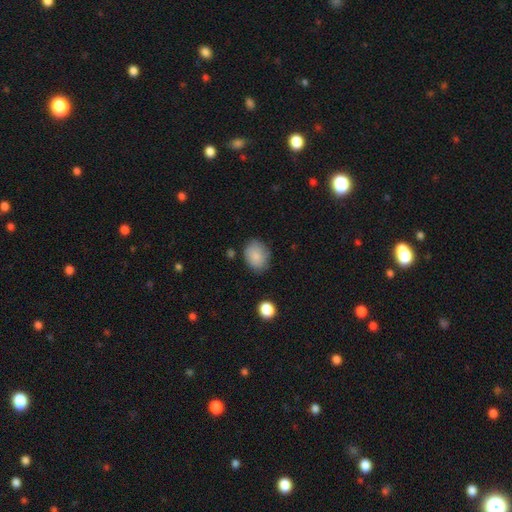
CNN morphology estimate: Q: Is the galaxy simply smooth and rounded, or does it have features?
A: smooth — 86%.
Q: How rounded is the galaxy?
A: in between — 58%.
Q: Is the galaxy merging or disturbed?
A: none — 76%.